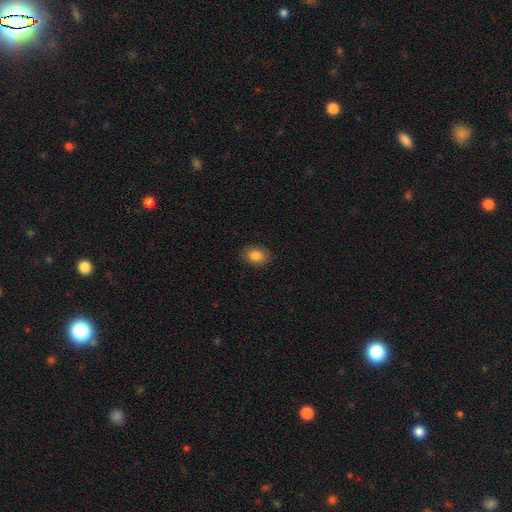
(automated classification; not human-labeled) Smooth or featured: smooth — 85% (star or artifact — 8%)
How rounded: in between — 75% (round — 24%)
Merging: none — 89% (minor disturbance — 8%)